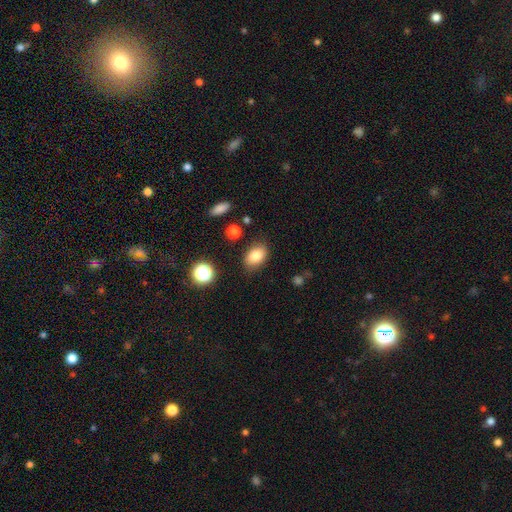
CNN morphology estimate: type=smooth (83%); roundness=in between (84%); merging=none (81%).